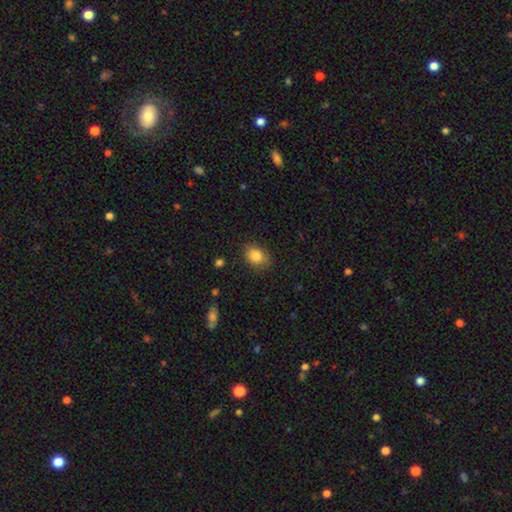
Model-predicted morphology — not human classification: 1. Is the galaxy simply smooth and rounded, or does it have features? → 85% smooth, 9% star or artifact, 7% featured or disk.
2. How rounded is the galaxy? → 68% in between, 31% round, 1% cigar-shaped.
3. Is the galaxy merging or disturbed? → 81% none, 14% minor disturbance, 3% major disturbance, 1% merger.